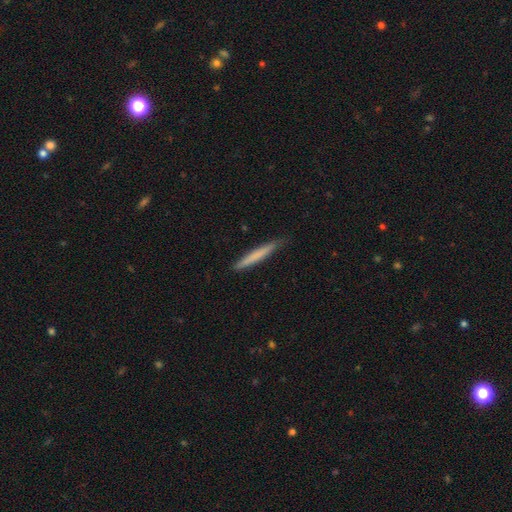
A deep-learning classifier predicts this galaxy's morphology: smooth_or_featured: smooth (p=0.70) [alt: featured or disk p=0.25]
how_rounded: cigar-shaped (p=0.97) [alt: in between p=0.02]
merging: none (p=0.85) [alt: minor disturbance p=0.12]